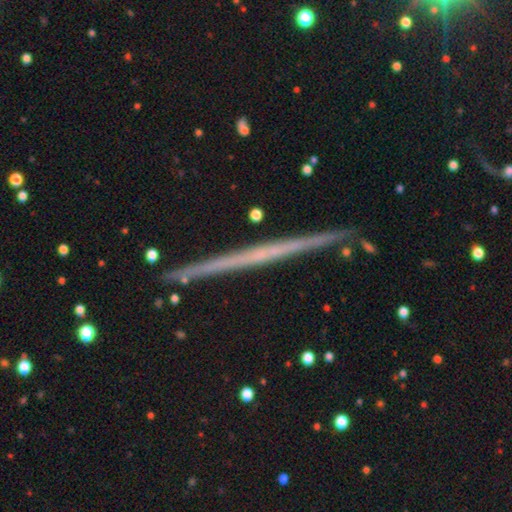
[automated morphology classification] This appears to be a featured or disk galaxy (69%) viewed edge-on (98%) with no central bulge (90%). Merging: none (91%).